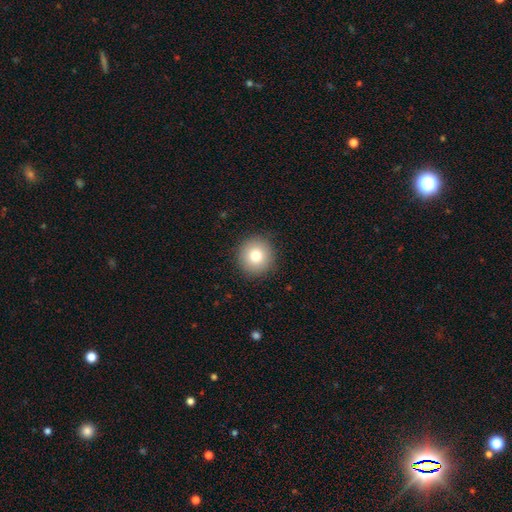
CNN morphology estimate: smooth_or_featured: smooth (p=0.81) [alt: star or artifact p=0.10]
how_rounded: round (p=0.93) [alt: in between p=0.06]
merging: none (p=0.90) [alt: minor disturbance p=0.07]